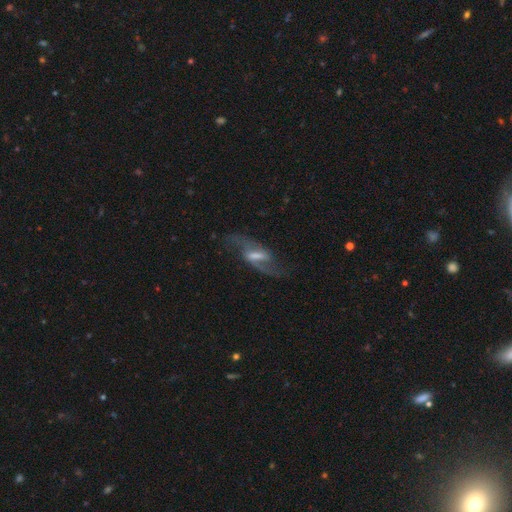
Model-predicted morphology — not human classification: Smooth or featured: featured or disk — 83% (smooth — 11%)
Edge-on disk: no — 92% (yes — 8%)
Bar: strong — 51% (weak — 39%)
Spiral arms: yes — 93% (no — 7%)
Spiral winding: loose — 62% (medium — 31%)
Spiral arm count: 2 — 92% (can't tell — 3%)
Bulge size: moderate — 34% (small — 27%)
Merging: none — 71% (minor disturbance — 14%)